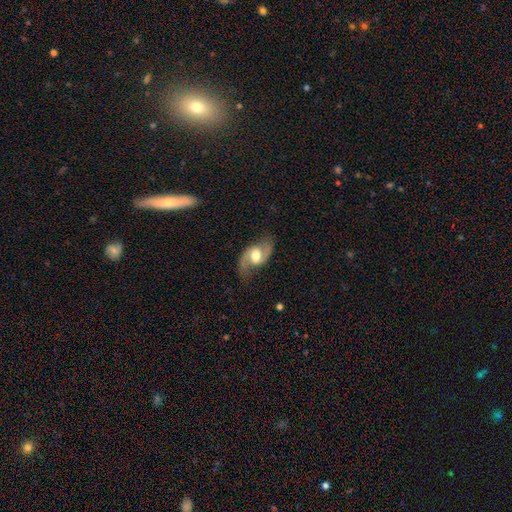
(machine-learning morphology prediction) Overall: featured or disk (83%). Edge-on disk: no (96%). Bar: weak (46%; no 39%). Spiral arms: yes (93%). Spiral arm count: 2 (92%). Spiral winding: loose (51%; medium 39%). Bulge size: moderate (66%). Merging: none (76%).